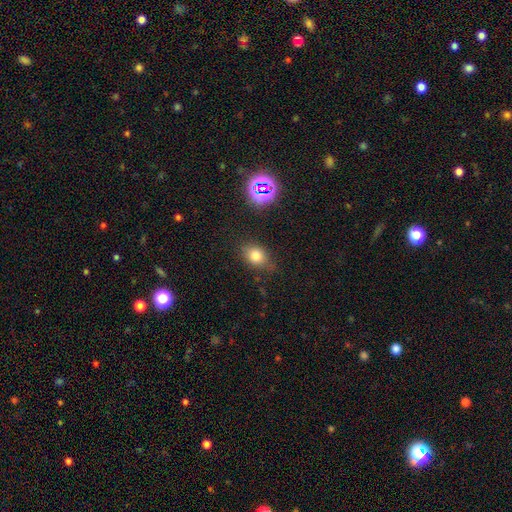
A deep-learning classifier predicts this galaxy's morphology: Smooth or featured? Predicted: smooth (p=0.75). How rounded? Predicted: in between (p=0.65). Merging? Predicted: none (p=0.74).